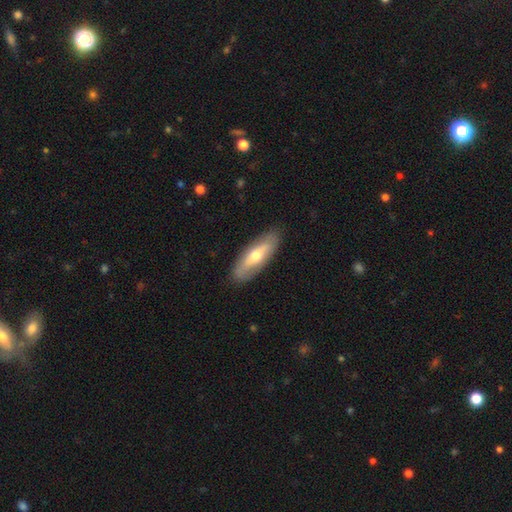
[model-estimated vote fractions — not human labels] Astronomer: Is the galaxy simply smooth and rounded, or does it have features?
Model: smooth — 50% (runner-up: featured or disk, 45%).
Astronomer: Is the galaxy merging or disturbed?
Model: none — 86%.